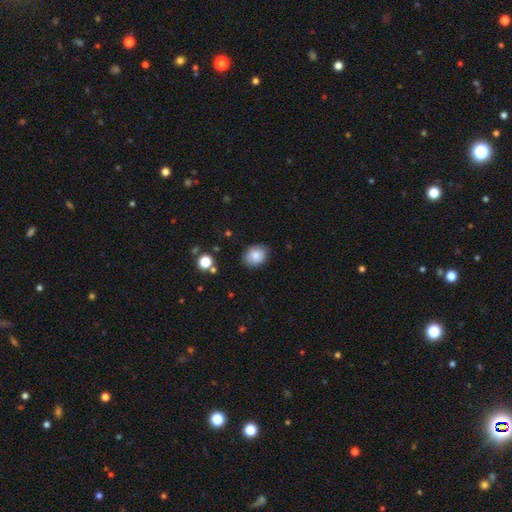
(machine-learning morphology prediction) Q: Smooth or featured?
A: smooth (81%); runner-up: featured or disk (10%)
Q: How rounded?
A: in between (53%); runner-up: round (46%)
Q: Merging?
A: none (83%); runner-up: minor disturbance (13%)